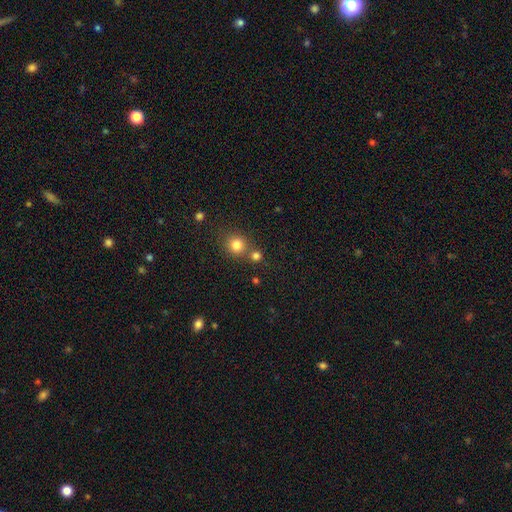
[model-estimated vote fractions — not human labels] Q: Smooth or featured?
A: smooth (78%); runner-up: star or artifact (16%)
Q: How rounded?
A: round (90%); runner-up: in between (9%)
Q: Merging?
A: none (66%); runner-up: merger (24%)